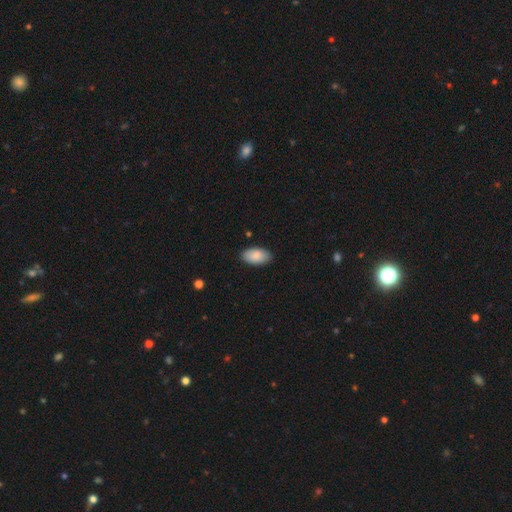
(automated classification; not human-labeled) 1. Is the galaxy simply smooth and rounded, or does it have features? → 89% smooth, 6% star or artifact, 5% featured or disk.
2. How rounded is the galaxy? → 95% in between, 3% round, 2% cigar-shaped.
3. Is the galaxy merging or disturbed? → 87% none, 10% minor disturbance, 2% major disturbance, 1% merger.